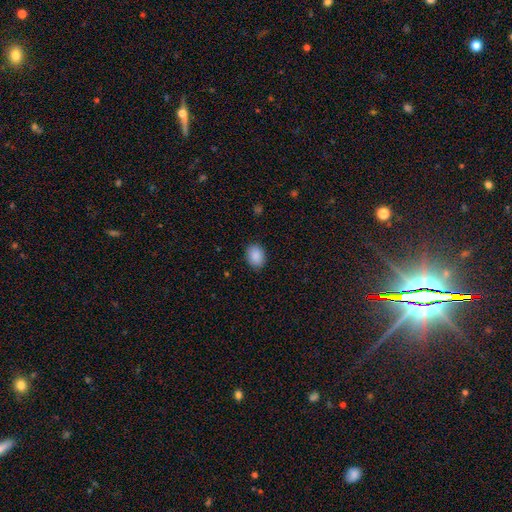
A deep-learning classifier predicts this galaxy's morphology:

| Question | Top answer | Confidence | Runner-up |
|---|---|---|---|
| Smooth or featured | smooth | 90% | star or artifact (7%) |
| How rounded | in between | 65% | round (34%) |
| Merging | none | 88% | minor disturbance (8%) |